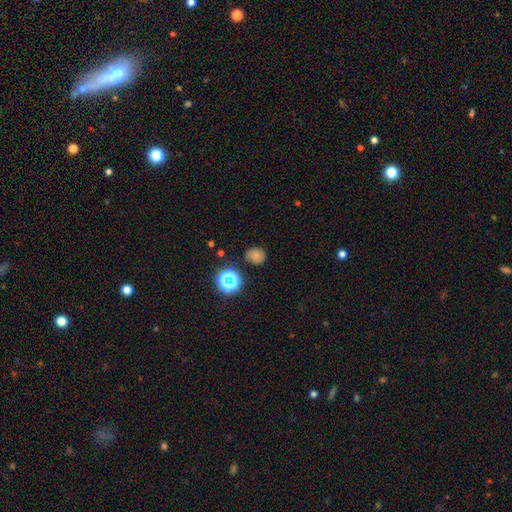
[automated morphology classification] smooth_or_featured: smooth (p=0.67) [alt: star or artifact p=0.21]
how_rounded: round (p=0.70) [alt: in between p=0.29]
merging: none (p=0.76) [alt: minor disturbance p=0.17]